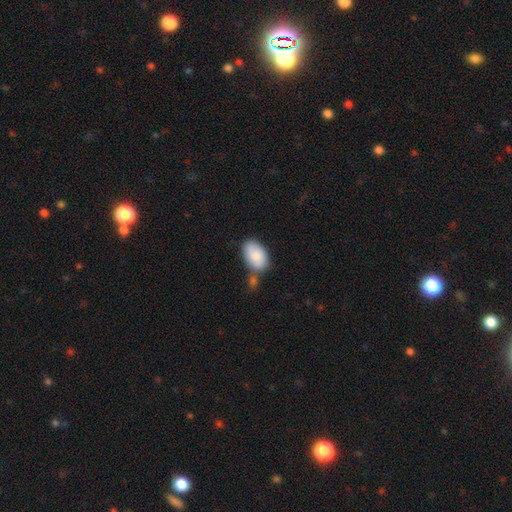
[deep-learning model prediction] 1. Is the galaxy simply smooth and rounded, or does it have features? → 83% smooth, 11% featured or disk, 6% star or artifact.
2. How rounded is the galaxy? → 92% in between, 7% round, 1% cigar-shaped.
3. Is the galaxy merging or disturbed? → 52% none, 22% merger, 21% minor disturbance, 6% major disturbance.